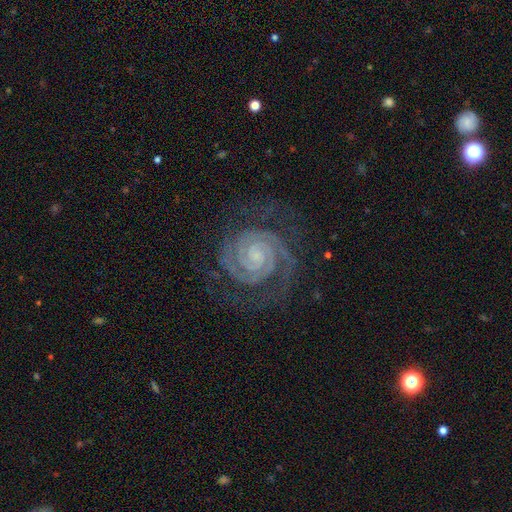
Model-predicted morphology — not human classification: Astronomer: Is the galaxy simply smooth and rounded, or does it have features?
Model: featured or disk — 92%.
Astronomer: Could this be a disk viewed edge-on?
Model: no — 98%.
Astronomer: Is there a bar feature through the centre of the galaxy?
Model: no — 50% (runner-up: weak, 34%).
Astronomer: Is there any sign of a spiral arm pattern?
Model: yes — 99%.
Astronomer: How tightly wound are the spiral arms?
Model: tight — 82%.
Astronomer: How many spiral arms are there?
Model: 2 — 85%.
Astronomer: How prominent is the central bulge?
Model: small — 64%.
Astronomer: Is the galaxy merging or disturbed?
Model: none — 77%.